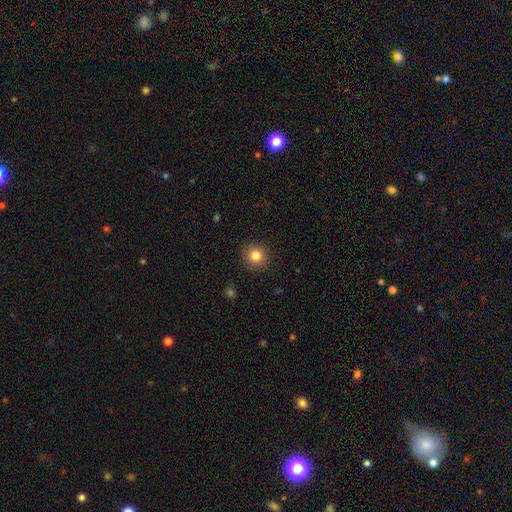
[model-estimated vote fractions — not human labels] Smooth or featured? smooth (83%)
How rounded? round (93%)
Merging? none (91%)